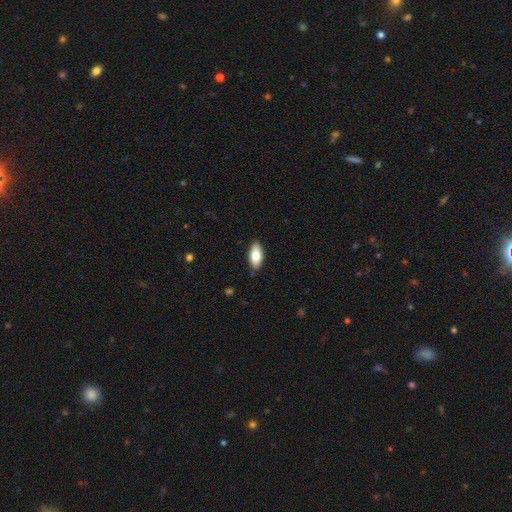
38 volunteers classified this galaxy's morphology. smooth-or-featured: smooth: 66% | featured or disk: 29% | star or artifact: 5%
  how-rounded: in between: 80% | cigar-shaped: 16% | round: 4%
  merging: none: 94% | minor disturbance: 6% | major disturbance: 0% | merger: 0%